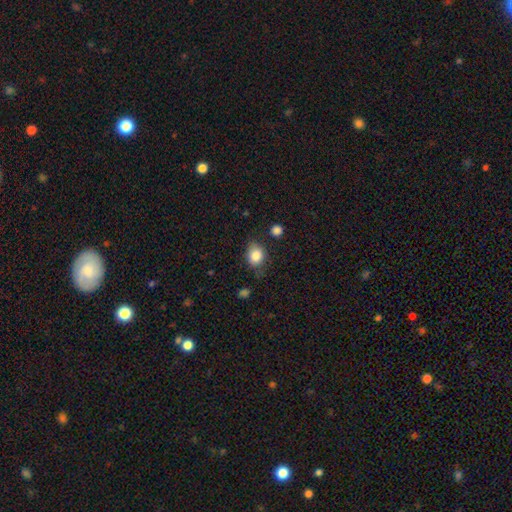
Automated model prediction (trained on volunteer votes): This appears to be a smooth galaxy with no disk features (84%) that is round (51%). Merging: none (69%).